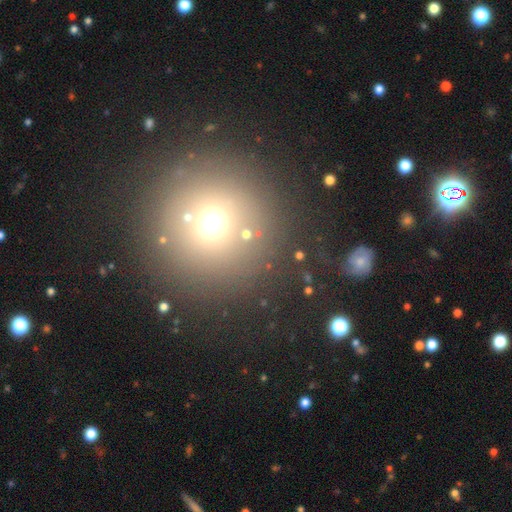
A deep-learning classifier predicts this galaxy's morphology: Overall: smooth (58%; star or artifact 29%). How rounded: round (95%). Merging: none (84%).